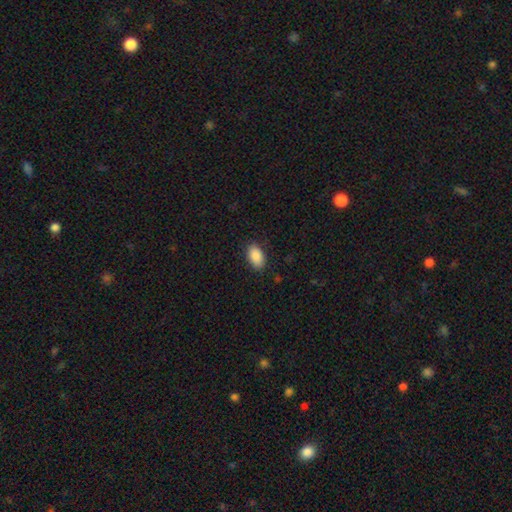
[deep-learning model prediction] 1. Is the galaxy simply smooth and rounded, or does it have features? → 89% smooth, 7% star or artifact, 4% featured or disk.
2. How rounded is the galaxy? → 93% in between, 5% round, 2% cigar-shaped.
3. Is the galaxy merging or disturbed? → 86% none, 11% minor disturbance, 2% major disturbance, 1% merger.